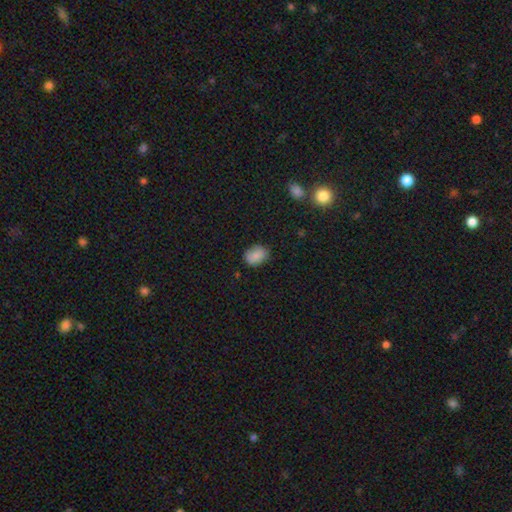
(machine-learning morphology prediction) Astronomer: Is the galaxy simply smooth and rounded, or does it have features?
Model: smooth — 87%.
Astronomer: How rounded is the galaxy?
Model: in between — 75%.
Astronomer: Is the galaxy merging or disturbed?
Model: none — 80%.